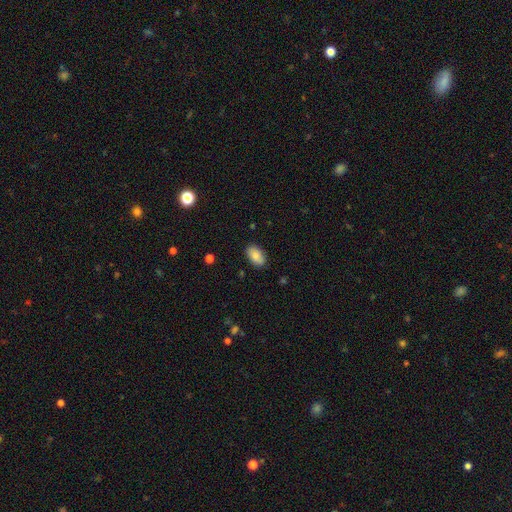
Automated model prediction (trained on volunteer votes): smooth-or-featured: smooth: 86% | featured or disk: 7% | star or artifact: 7%
  how-rounded: in between: 93% | round: 5% | cigar-shaped: 2%
  merging: none: 87% | minor disturbance: 10% | major disturbance: 2% | merger: 1%